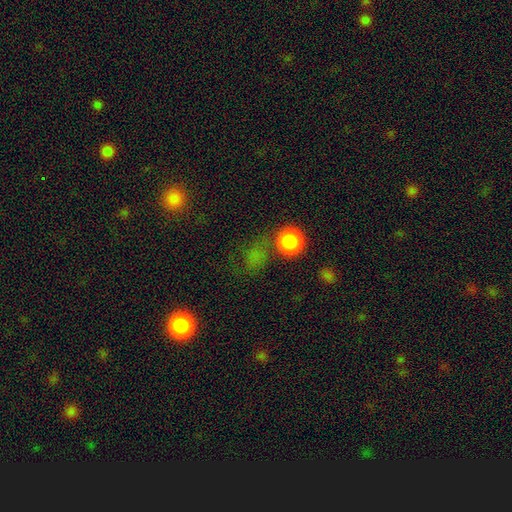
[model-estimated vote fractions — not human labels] A smooth galaxy with no disk features (68%) that is round (78%). Merging: none (63%).